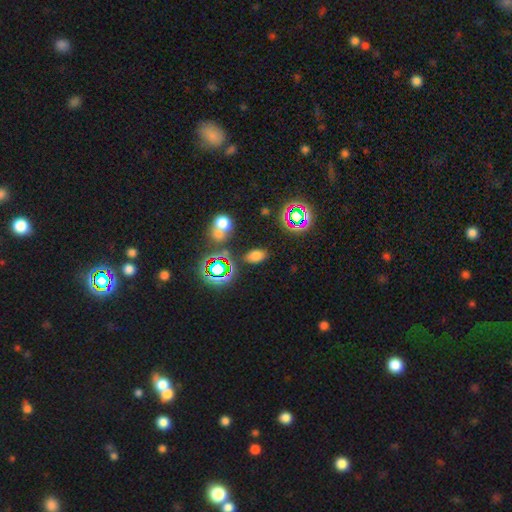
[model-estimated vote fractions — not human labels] Overall: smooth (66%). How rounded: in between (86%). Merging: none (80%).